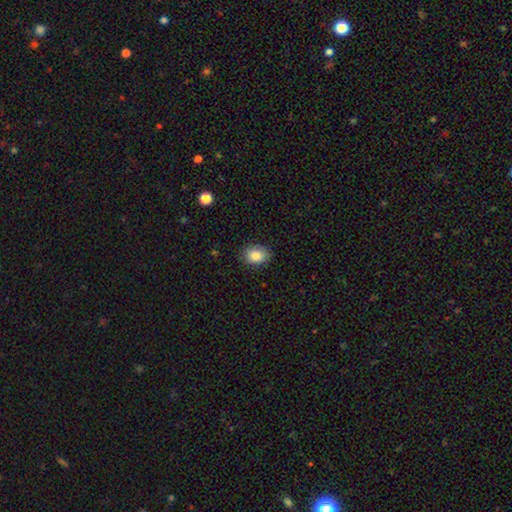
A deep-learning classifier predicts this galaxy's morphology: A smooth galaxy with no disk features (84%) that is in between round and cigar-shaped (61%). Merging: none (84%).